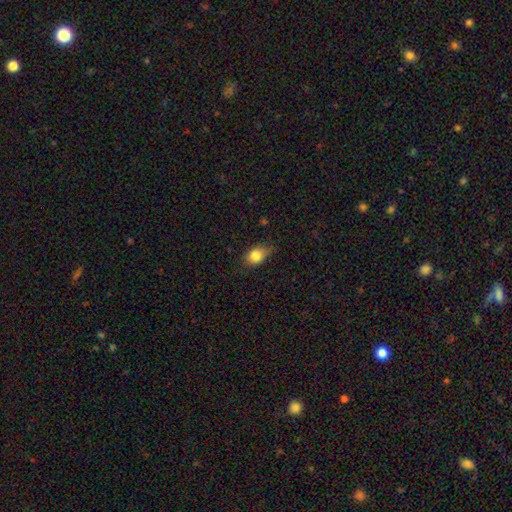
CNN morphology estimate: Smooth or featured?
  - smooth: 83% *
  - star or artifact: 9%
  - featured or disk: 8%
How rounded?
  - in between: 71% *
  - round: 27%
  - cigar-shaped: 2%
Merging?
  - none: 65% *
  - minor disturbance: 28%
  - major disturbance: 6%
  - merger: 1%